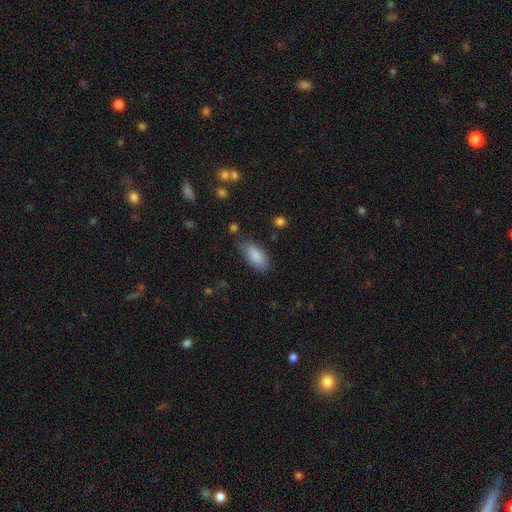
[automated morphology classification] smooth-or-featured: smooth: 87% | featured or disk: 7% | star or artifact: 7%
  how-rounded: in between: 89% | cigar-shaped: 9% | round: 2%
  merging: none: 75% | minor disturbance: 18% | major disturbance: 4% | merger: 3%